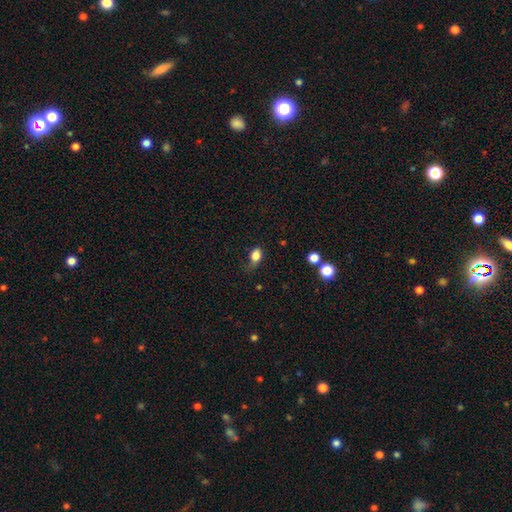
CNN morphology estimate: smooth_or_featured: smooth (p=0.83) [alt: star or artifact p=0.10]
how_rounded: in between (p=0.74) [alt: round p=0.24]
merging: none (p=0.50) [alt: minor disturbance p=0.33]